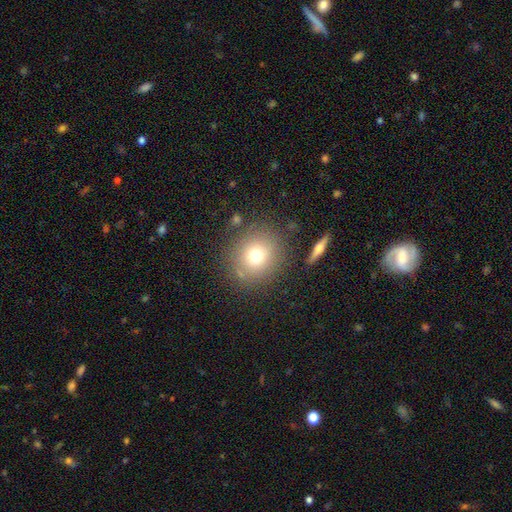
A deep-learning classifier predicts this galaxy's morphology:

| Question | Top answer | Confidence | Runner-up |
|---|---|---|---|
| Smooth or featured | smooth | 72% | featured or disk (14%) |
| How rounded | round | 86% | in between (13%) |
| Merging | none | 81% | minor disturbance (11%) |